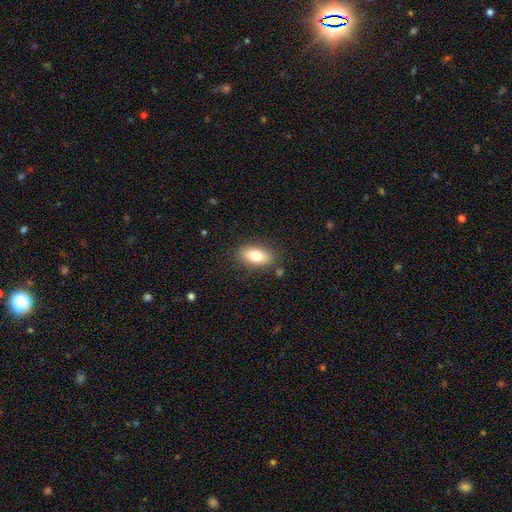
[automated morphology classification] A smooth galaxy with no disk features (80%) that is in between round and cigar-shaped (88%).

Vote fractions:
- Smooth or featured? smooth: 80% / featured or disk: 12% / star or artifact: 7%
- How rounded? in between: 88% / cigar-shaped: 6% / round: 6%
- Merging? none: 84% / minor disturbance: 11% / major disturbance: 3% / merger: 2%